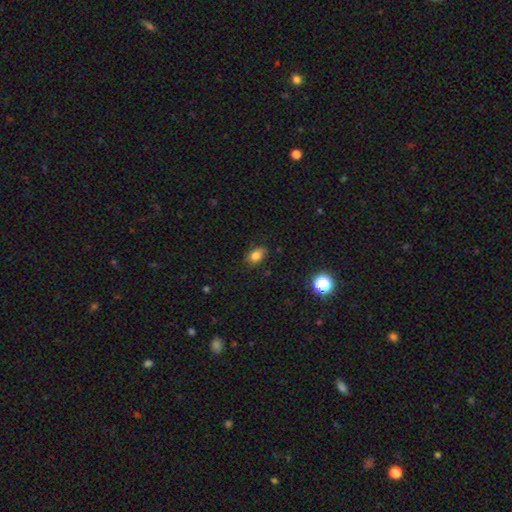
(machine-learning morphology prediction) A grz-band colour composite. It shows a smooth galaxy with no disk features (80%) that is in between round and cigar-shaped (80%). Merging: none (72%).